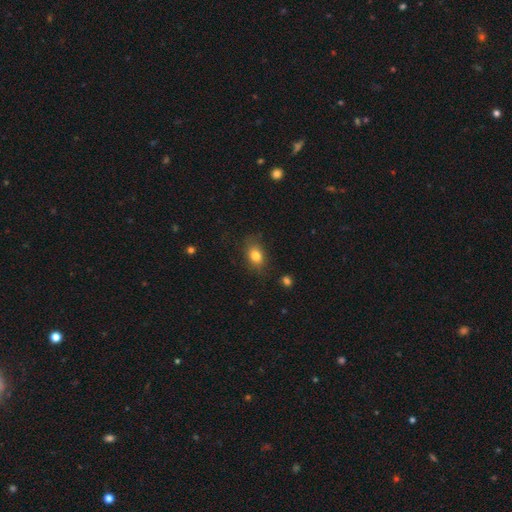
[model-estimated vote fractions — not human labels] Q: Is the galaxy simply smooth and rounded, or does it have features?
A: smooth — 80%.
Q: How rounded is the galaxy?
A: in between — 71%.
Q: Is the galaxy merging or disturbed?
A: none — 77%.